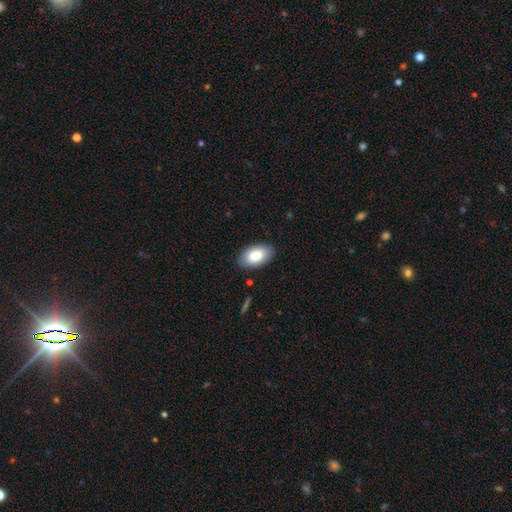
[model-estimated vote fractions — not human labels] Smooth or featured? Predicted: smooth (p=0.83). How rounded? Predicted: in between (p=0.95). Merging? Predicted: none (p=0.87).